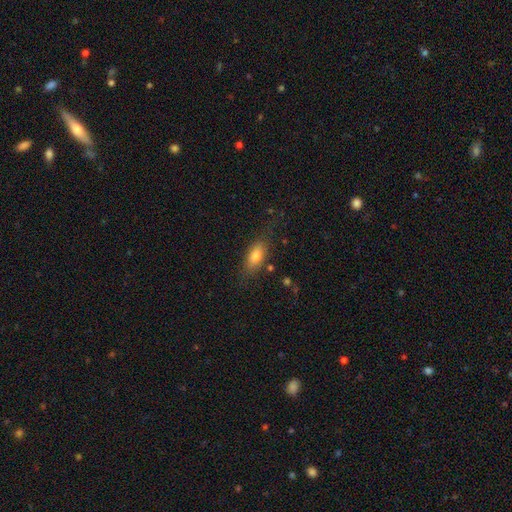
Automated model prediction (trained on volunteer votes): This is likely a smooth galaxy (77%). How rounded: clearly in between (80%). Merging: likely none (74%).